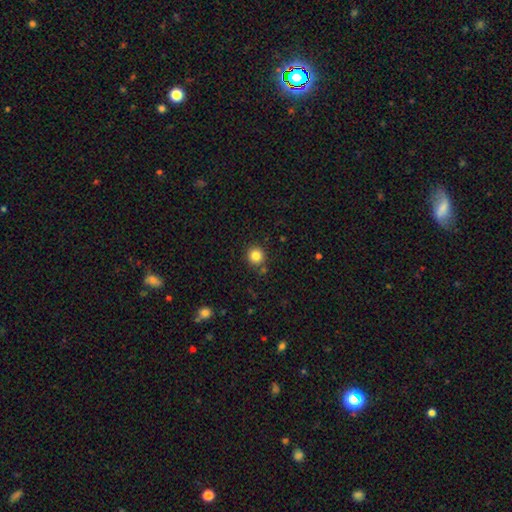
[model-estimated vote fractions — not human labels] smooth_or_featured: smooth (p=0.84) [alt: star or artifact p=0.11]
how_rounded: round (p=0.94) [alt: in between p=0.06]
merging: none (p=0.85) [alt: minor disturbance p=0.08]